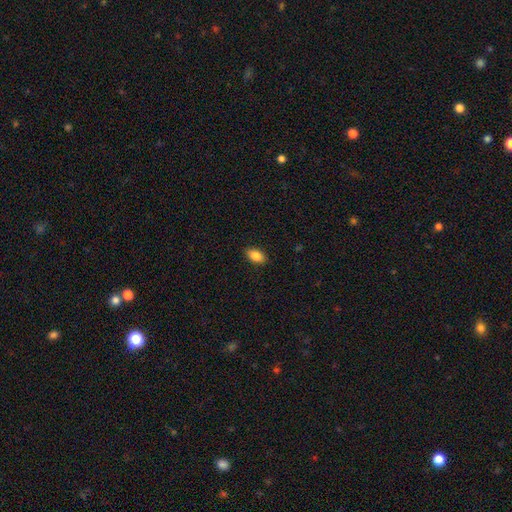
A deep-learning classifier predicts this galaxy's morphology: This is clearly a smooth galaxy (86%). How rounded: clearly in between (91%). Merging: clearly none (89%).